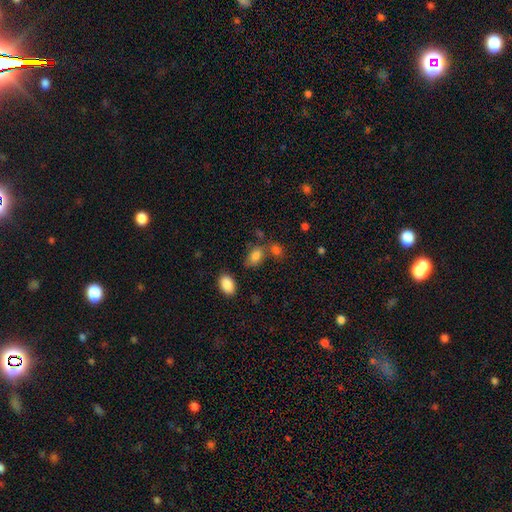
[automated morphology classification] Overall: smooth (82%). How rounded: in between (86%). Merging: none (57%; merger 21%).